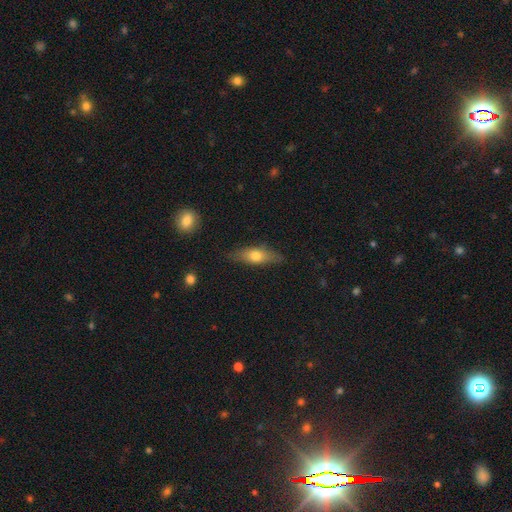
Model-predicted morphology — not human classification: smooth_or_featured: smooth (p=0.59) [alt: featured or disk p=0.34]
how_rounded: in between (p=0.52) [alt: cigar-shaped p=0.44]
merging: none (p=0.80) [alt: minor disturbance p=0.15]